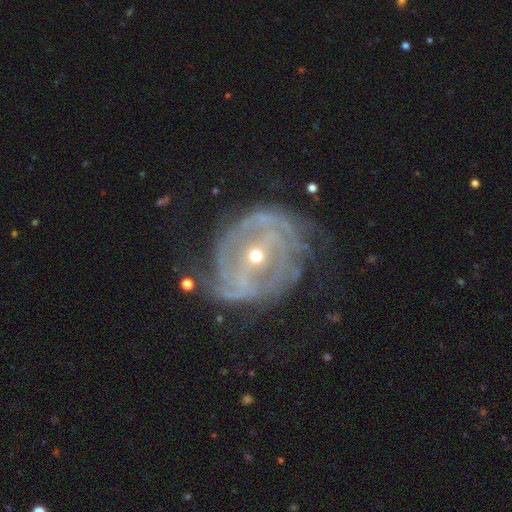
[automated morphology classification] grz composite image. It shows a featured or disk galaxy (87%) with a strong bar (39%), tight (62%) spiral arms (90%) and a small central bulge (61%). Merging: none (60%).